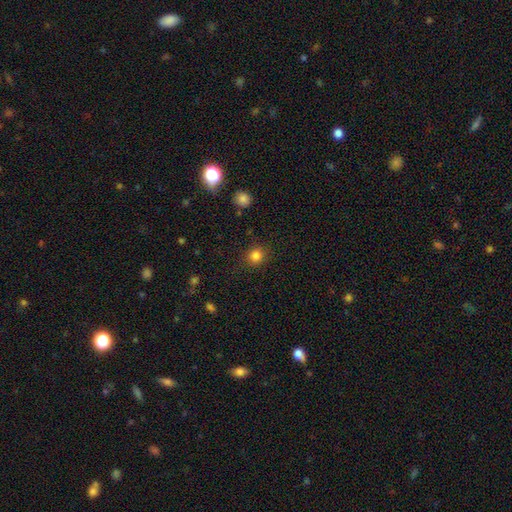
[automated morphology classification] Smooth or featured? smooth (83%)
How rounded? round (86%)
Merging? none (88%)